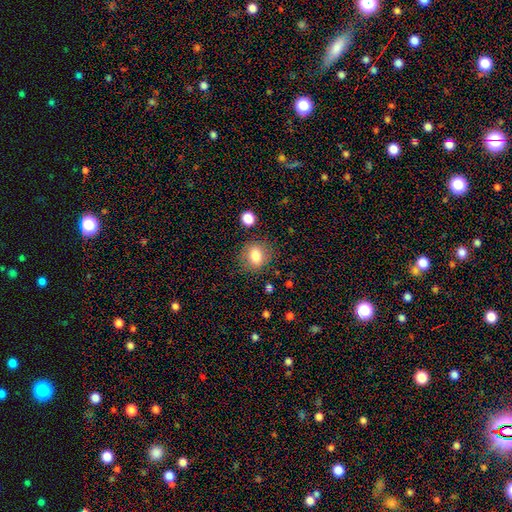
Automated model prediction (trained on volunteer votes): Q: Smooth or featured?
A: smooth (81%); runner-up: star or artifact (10%)
Q: How rounded?
A: round (64%); runner-up: in between (35%)
Q: Merging?
A: none (82%); runner-up: minor disturbance (12%)